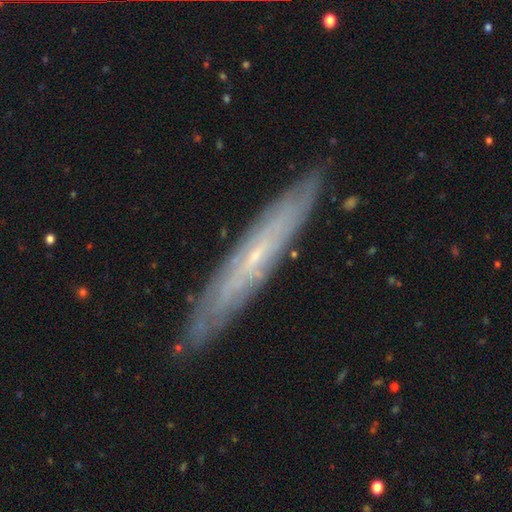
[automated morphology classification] Smooth or featured?
  - featured or disk: 70% *
  - smooth: 21%
  - star or artifact: 8%
Edge-on disk?
  - yes: 66% *
  - no: 34%
Merging?
  - none: 86% *
  - minor disturbance: 11%
  - major disturbance: 2%
  - merger: 1%